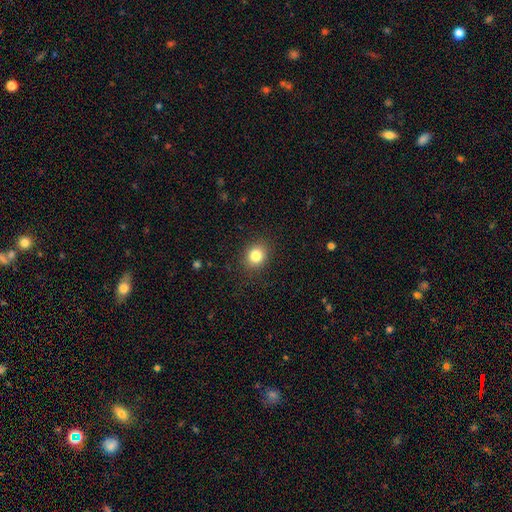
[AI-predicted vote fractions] Smooth or featured? Predicted: smooth (p=0.83). How rounded? Predicted: round (p=0.72). Merging? Predicted: none (p=0.88).